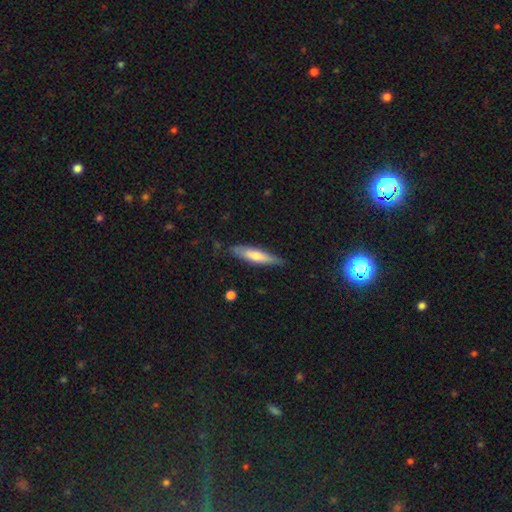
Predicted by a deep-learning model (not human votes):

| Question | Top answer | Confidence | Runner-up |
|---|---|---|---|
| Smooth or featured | smooth | 59% | featured or disk (35%) |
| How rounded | cigar-shaped | 82% | in between (16%) |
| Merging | none | 80% | minor disturbance (15%) |